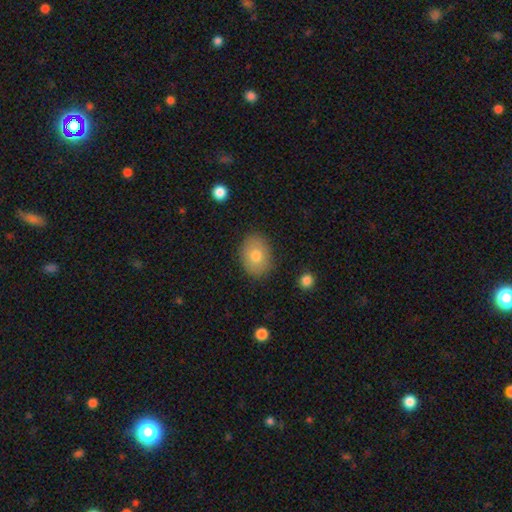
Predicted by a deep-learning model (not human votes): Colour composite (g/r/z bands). It shows a smooth galaxy with no disk features (76%) that is in between round and cigar-shaped (69%). Merging: none (85%).